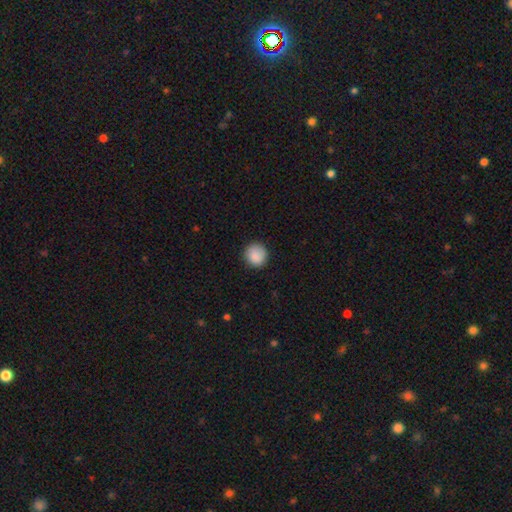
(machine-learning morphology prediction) The model was most divided on "merging": none: 87%, minor disturbance: 10%, major disturbance: 2%, merger: 1%. More confident: how rounded — round (92%); smooth or featured — smooth (88%).